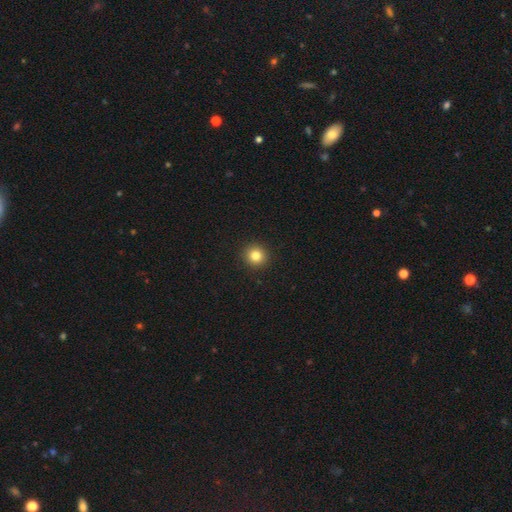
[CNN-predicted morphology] Overall: smooth (82%). How rounded: round (94%). Merging: none (93%).